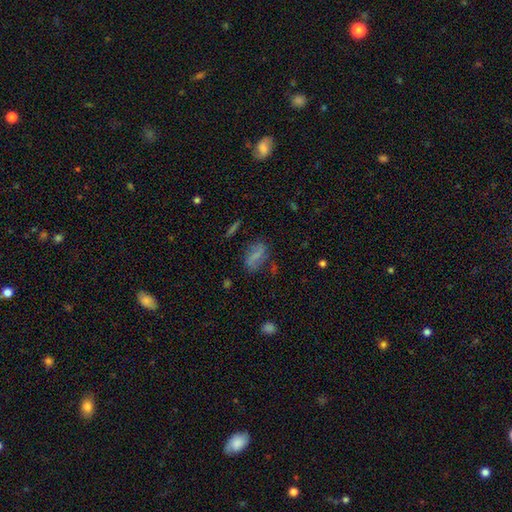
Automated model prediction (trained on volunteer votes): smooth-or-featured: smooth: 53% | featured or disk: 34% | star or artifact: 13%
  how-rounded: in between: 81% | round: 11% | cigar-shaped: 8%
  merging: none: 67% | minor disturbance: 20% | major disturbance: 9% | merger: 3%